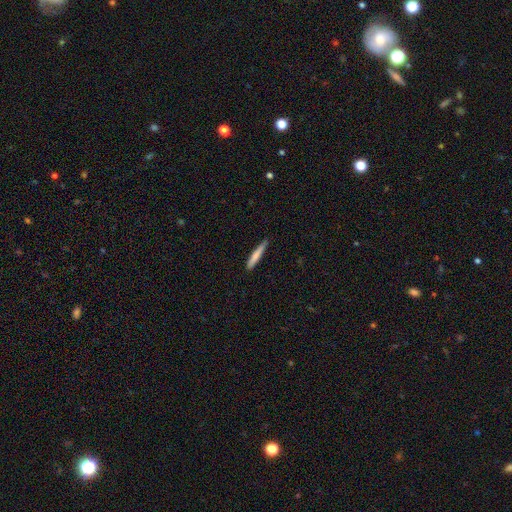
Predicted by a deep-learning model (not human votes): Smooth or featured?
  - smooth: 76% *
  - featured or disk: 18%
  - star or artifact: 6%
How rounded?
  - cigar-shaped: 94% *
  - in between: 5%
  - round: 1%
Merging?
  - none: 84% *
  - minor disturbance: 13%
  - major disturbance: 2%
  - merger: 1%